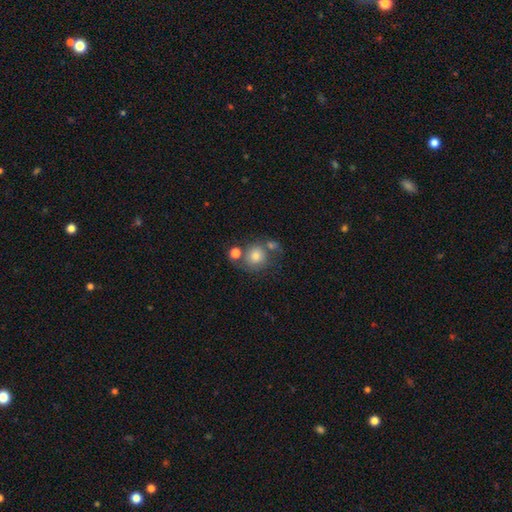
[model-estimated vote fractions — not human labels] Overall: smooth (76%). How rounded: round (83%). Merging: none (55%; merger 24%).